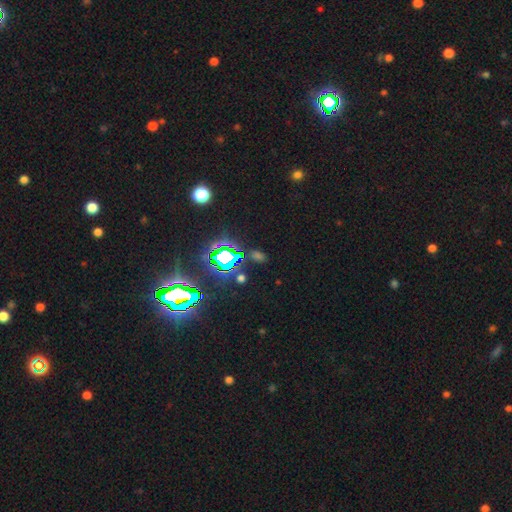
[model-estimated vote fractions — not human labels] This is likely a star or artifact rather than a galaxy (73%).